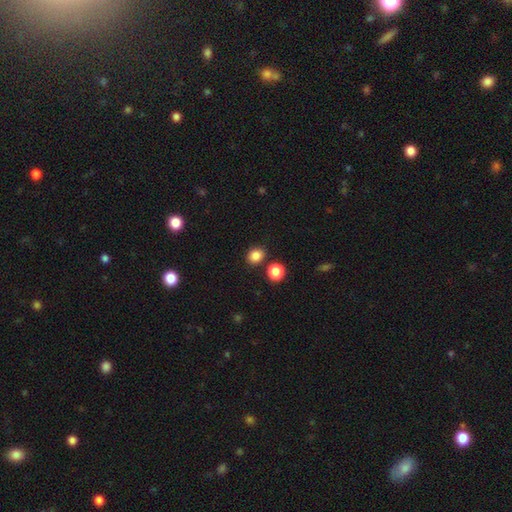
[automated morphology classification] Smooth or featured? Predicted: smooth (p=0.85). How rounded? Predicted: round (p=0.63). Merging? Predicted: none (p=0.80).